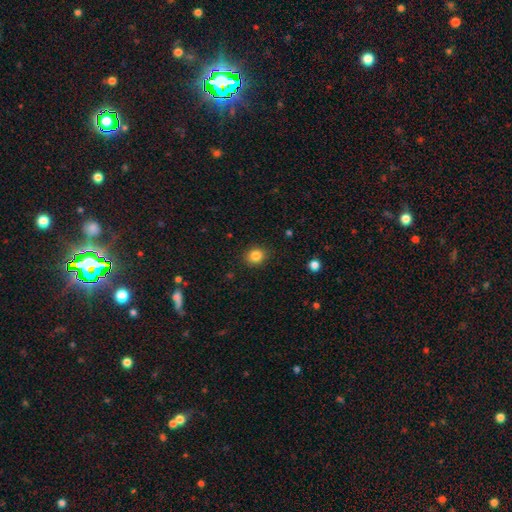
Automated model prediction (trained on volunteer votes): This appears to be a smooth galaxy with no disk features (84%) that is round (78%). Merging: none (88%).